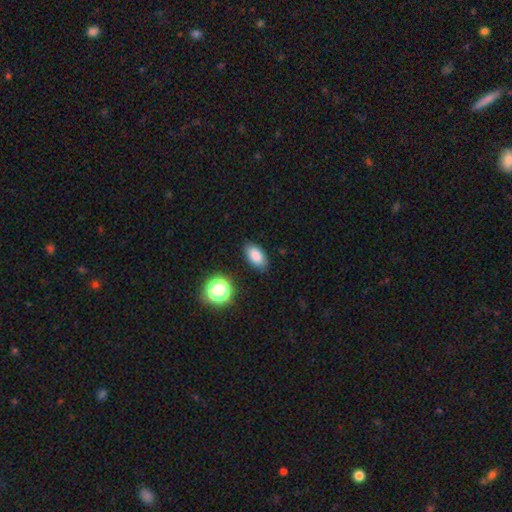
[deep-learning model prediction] This appears to be a smooth galaxy with no disk features (84%) that is in between round and cigar-shaped (91%). Merging: none (86%).